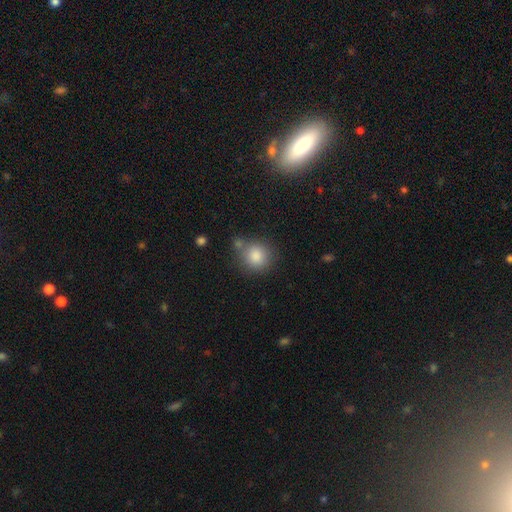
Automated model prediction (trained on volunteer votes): The model was most divided on "merging": none: 66%, merger: 16%, minor disturbance: 14%, major disturbance: 5%. More confident: how rounded — round (88%); smooth or featured — smooth (85%).